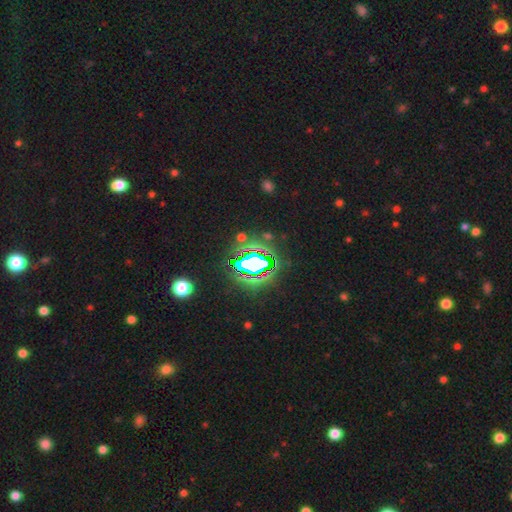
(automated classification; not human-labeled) Smooth or featured? Predicted: star or artifact (p=0.74).